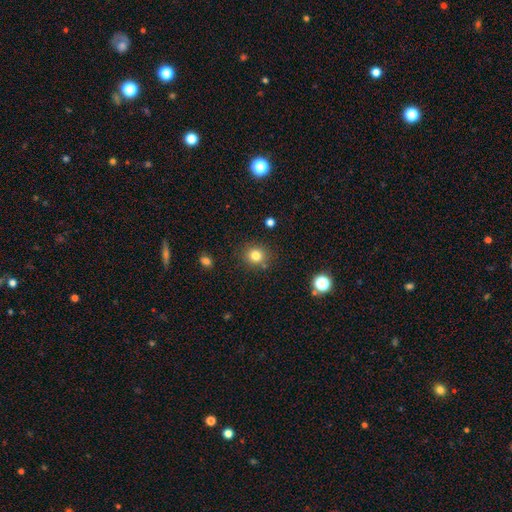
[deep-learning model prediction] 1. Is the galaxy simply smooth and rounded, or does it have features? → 81% smooth, 13% star or artifact, 7% featured or disk.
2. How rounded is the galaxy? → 86% round, 13% in between, 1% cigar-shaped.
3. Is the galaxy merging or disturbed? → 84% none, 9% minor disturbance, 4% merger, 3% major disturbance.